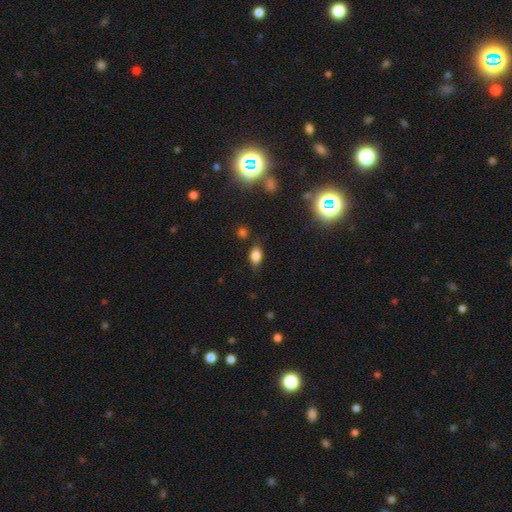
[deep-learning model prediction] Q: Smooth or featured?
A: smooth (80%); runner-up: star or artifact (12%)
Q: How rounded?
A: in between (82%); runner-up: round (14%)
Q: Merging?
A: none (73%); runner-up: minor disturbance (19%)